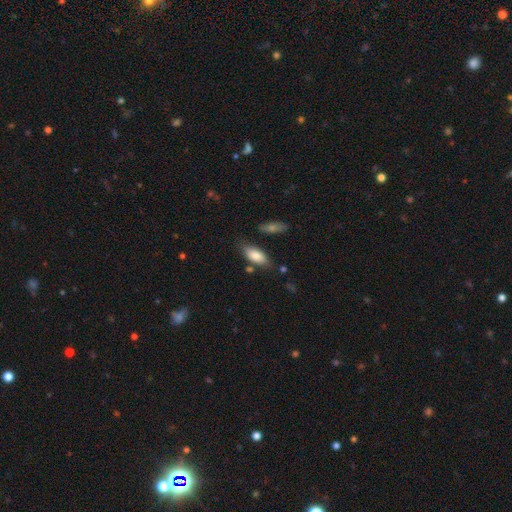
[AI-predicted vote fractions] Morphology: type=smooth (82%); roundness=in between (86%); merging=none (72%).